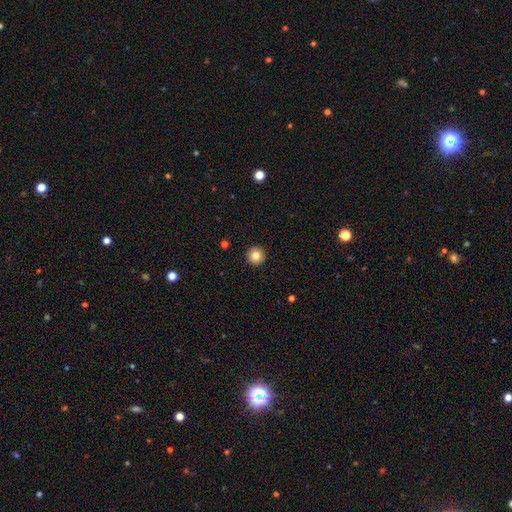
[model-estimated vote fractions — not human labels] Overall: smooth (82%). How rounded: round (96%). Merging: none (94%).